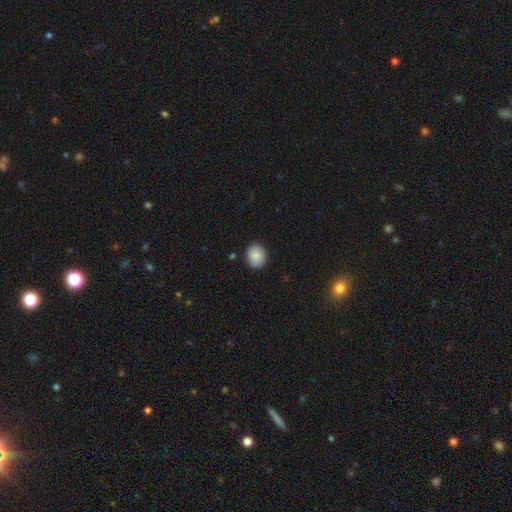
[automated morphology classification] This appears to be a smooth galaxy with no disk features (85%) that is round (63%). Merging: none (84%).